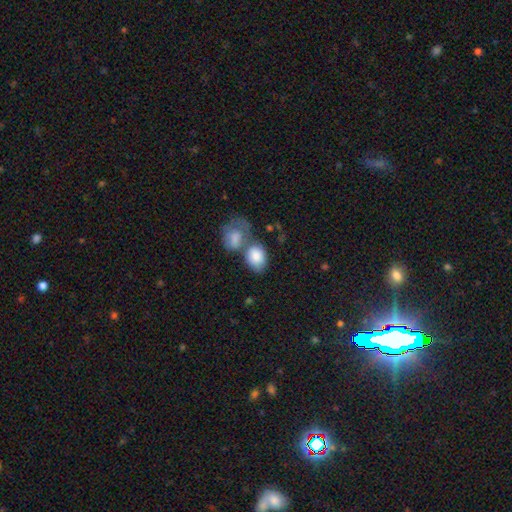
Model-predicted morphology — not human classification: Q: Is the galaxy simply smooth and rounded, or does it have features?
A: smooth — 83%.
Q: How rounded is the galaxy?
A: in between — 75%.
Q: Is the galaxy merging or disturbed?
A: merger — 48%.